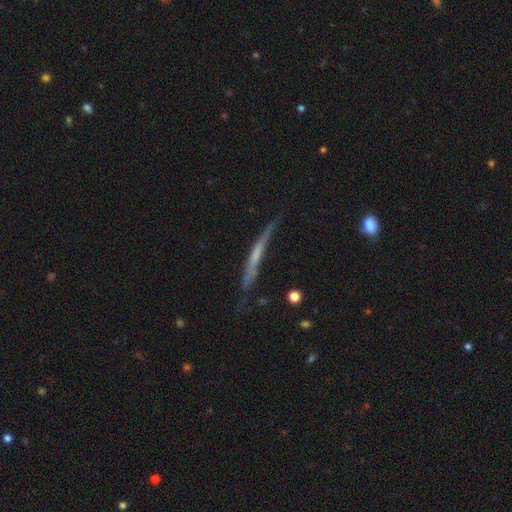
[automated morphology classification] type=featured or disk (56%); edge-on=yes (93%); edge-on bulge=none (73%); merging=none (66%).